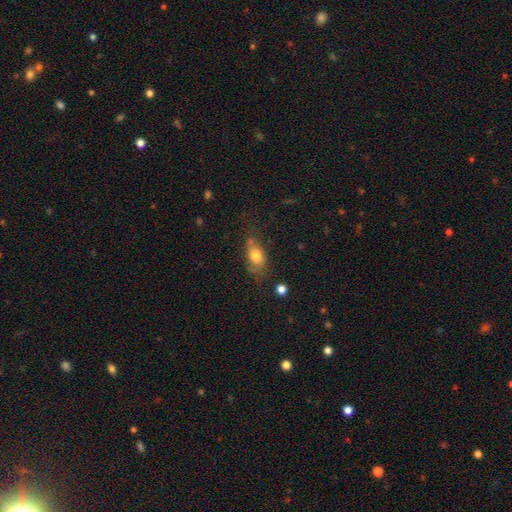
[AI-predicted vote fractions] A smooth galaxy with no disk features (75%) that is in between round and cigar-shaped (77%).

Vote fractions:
- Smooth or featured? smooth: 75% / featured or disk: 15% / star or artifact: 10%
- How rounded? in between: 77% / round: 18% / cigar-shaped: 5%
- Merging? none: 52% / minor disturbance: 27% / major disturbance: 13% / merger: 8%